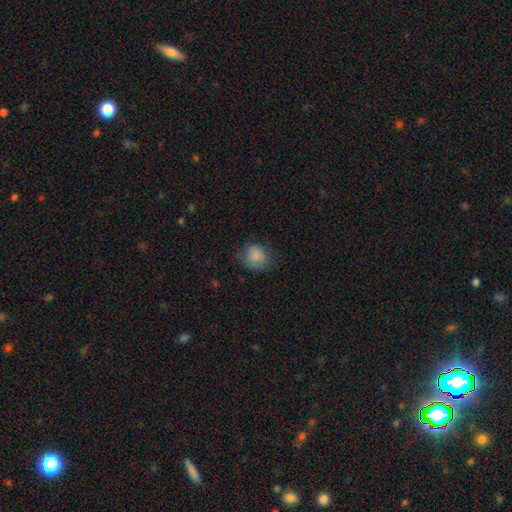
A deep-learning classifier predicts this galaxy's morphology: Smooth or featured: smooth — 83% (featured or disk — 8%)
How rounded: round — 79% (in between — 20%)
Merging: none — 70% (minor disturbance — 22%)